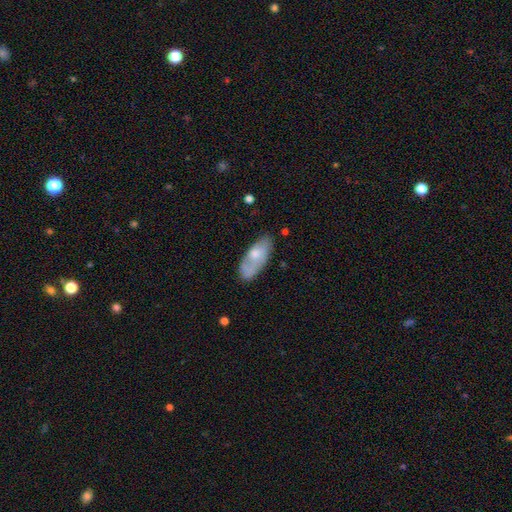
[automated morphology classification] Smooth or featured?
  - smooth: 60% *
  - featured or disk: 34%
  - star or artifact: 6%
How rounded?
  - in between: 81% *
  - cigar-shaped: 16%
  - round: 3%
Merging?
  - none: 61% *
  - minor disturbance: 26%
  - major disturbance: 8%
  - merger: 5%